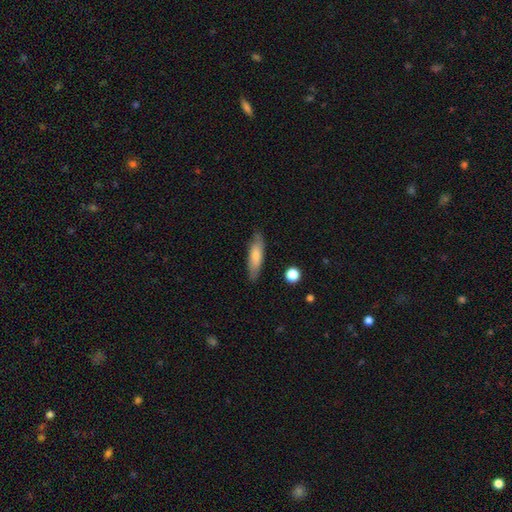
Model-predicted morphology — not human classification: Overall: smooth (74%). How rounded: cigar-shaped (63%; in between 35%). Merging: none (82%).